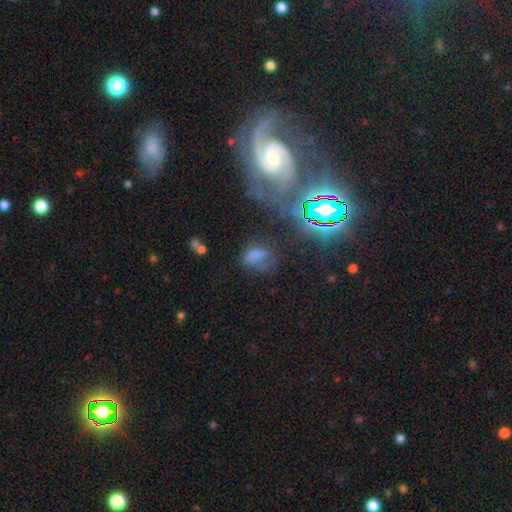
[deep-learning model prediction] This appears to be a smooth galaxy with no disk features (62%) that is in between round and cigar-shaped (83%). Merging: none (39%).